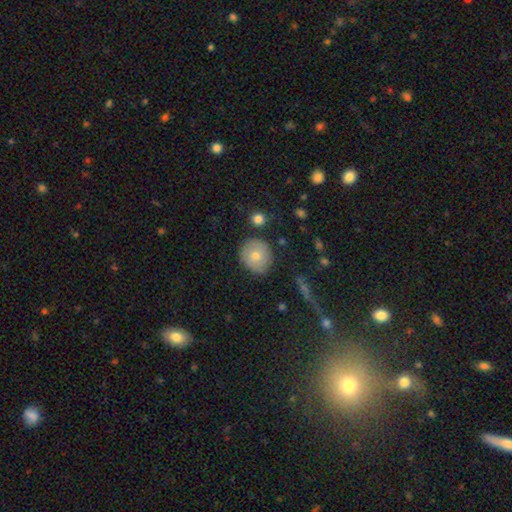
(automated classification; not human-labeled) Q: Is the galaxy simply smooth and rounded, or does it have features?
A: smooth — 70%.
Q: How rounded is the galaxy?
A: round — 84%.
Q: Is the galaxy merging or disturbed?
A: none — 82%.